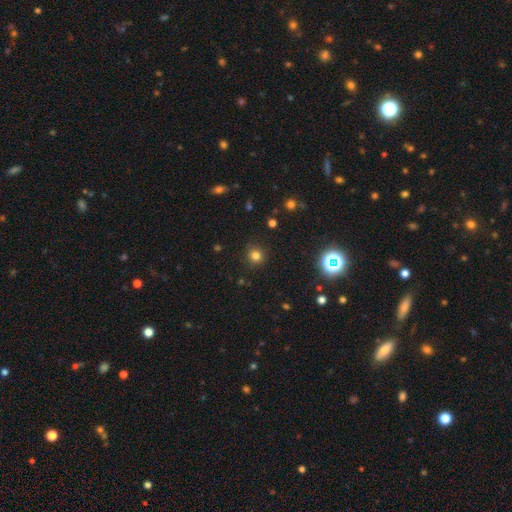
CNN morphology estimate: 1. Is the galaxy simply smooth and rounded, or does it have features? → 77% smooth, 18% star or artifact, 5% featured or disk.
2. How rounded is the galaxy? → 93% round, 6% in between, 1% cigar-shaped.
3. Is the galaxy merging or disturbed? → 89% none, 7% minor disturbance, 2% major disturbance, 1% merger.